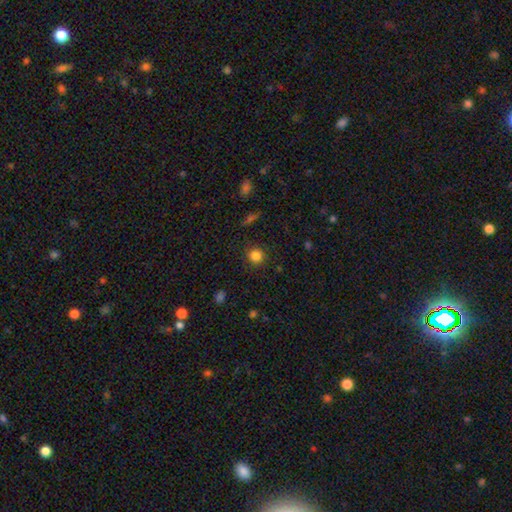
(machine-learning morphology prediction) A smooth galaxy with no disk features (83%) that is round (91%). Merging: none (88%).